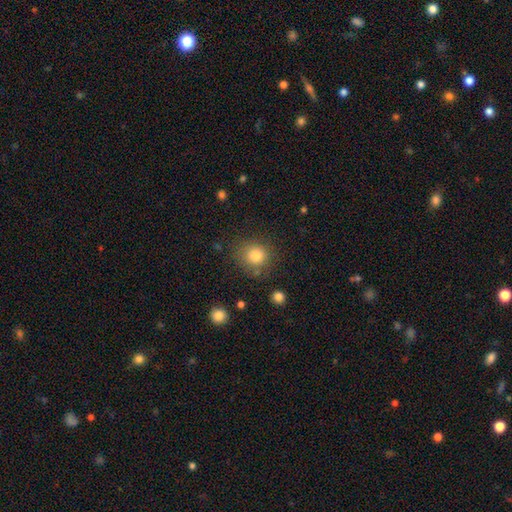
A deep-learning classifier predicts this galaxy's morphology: Smooth or featured? smooth (82%)
How rounded? round (86%)
Merging? none (78%)